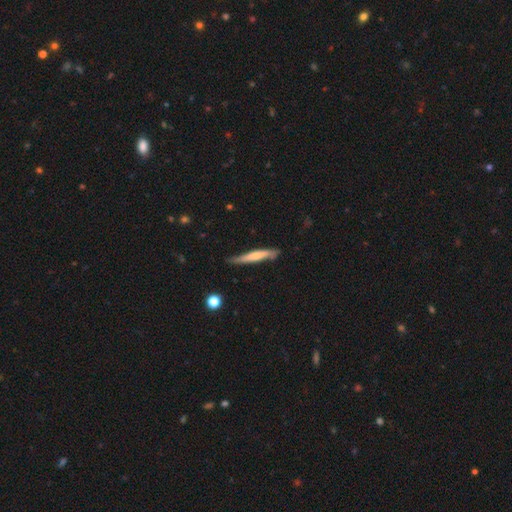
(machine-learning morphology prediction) Smooth or featured? Predicted: smooth (p=0.55). How rounded? Predicted: cigar-shaped (p=0.94). Merging? Predicted: none (p=0.68).